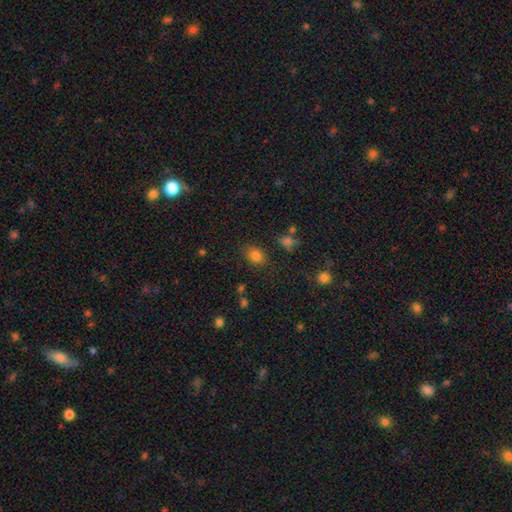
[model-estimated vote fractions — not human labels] Smooth or featured? smooth (80%)
How rounded? in between (64%)
Merging? none (77%)